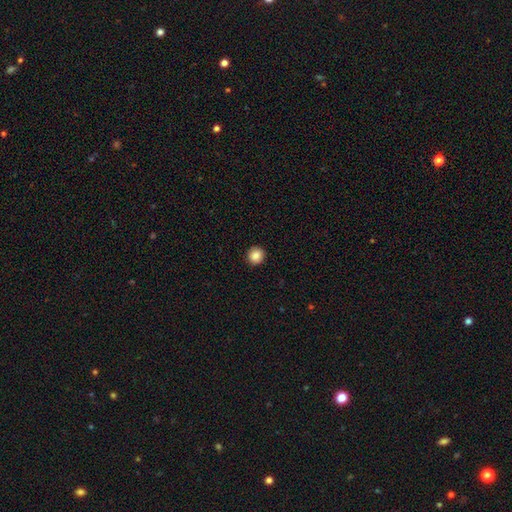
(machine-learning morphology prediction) type=smooth (88%); roundness=round (92%); merging=none (92%).